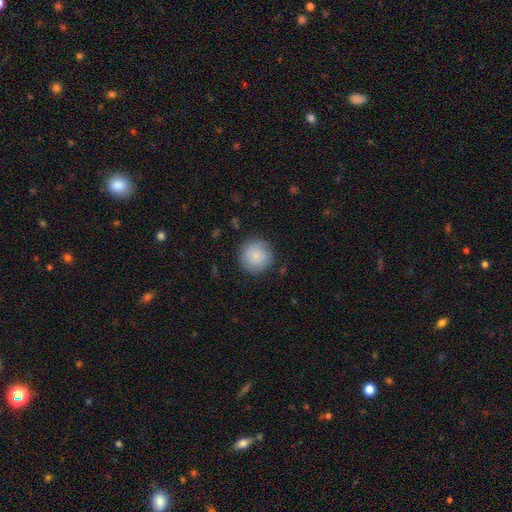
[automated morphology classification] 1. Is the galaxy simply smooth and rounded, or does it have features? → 86% smooth, 7% featured or disk, 7% star or artifact.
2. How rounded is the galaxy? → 95% round, 4% in between, 1% cigar-shaped.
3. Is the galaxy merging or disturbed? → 86% none, 10% minor disturbance, 3% major disturbance, 1% merger.